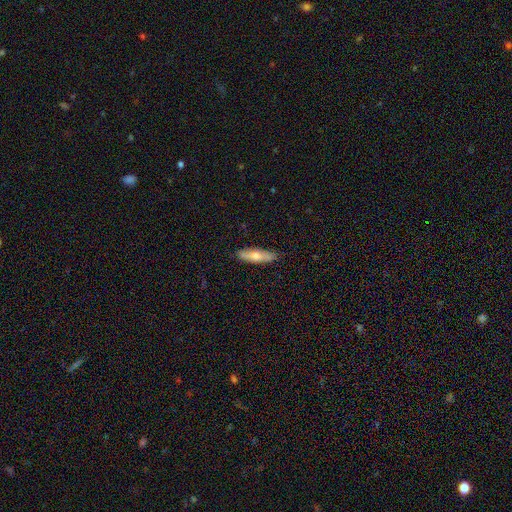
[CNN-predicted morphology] A smooth galaxy with no disk features (62%) that is cigar-shaped (62%).

Vote fractions:
- Smooth or featured? smooth: 62% / featured or disk: 32% / star or artifact: 6%
- How rounded? cigar-shaped: 62% / in between: 36% / round: 2%
- Merging? none: 87% / minor disturbance: 10% / major disturbance: 2% / merger: 1%